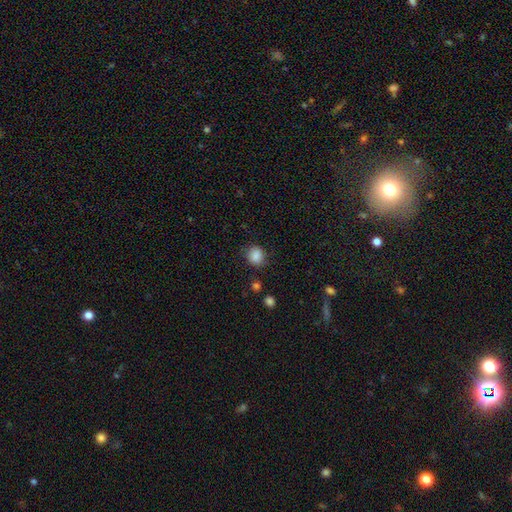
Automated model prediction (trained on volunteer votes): Overall: smooth (86%). How rounded: round (78%). Merging: none (80%).